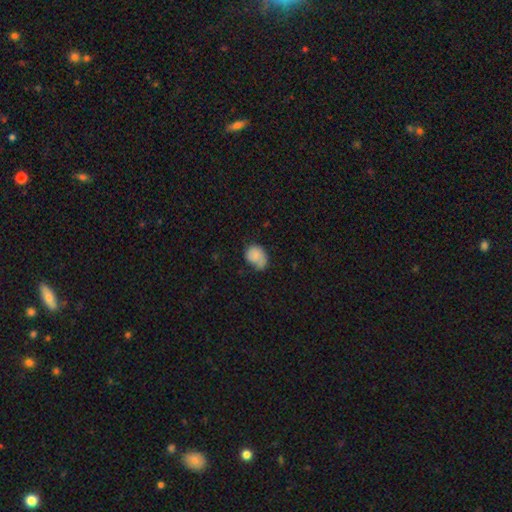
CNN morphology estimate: Q: Smooth or featured?
A: smooth (71%); runner-up: featured or disk (20%)
Q: How rounded?
A: in between (55%); runner-up: round (44%)
Q: Merging?
A: minor disturbance (39%); runner-up: none (38%)